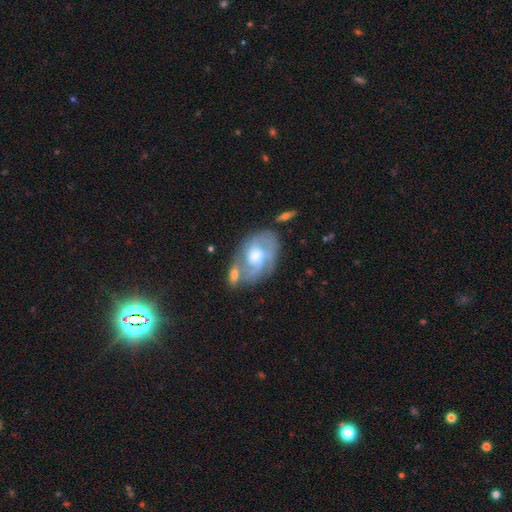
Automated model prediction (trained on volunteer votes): Smooth or featured: featured or disk — 78% (smooth — 16%)
Edge-on disk: no — 96% (yes — 4%)
Bar: no — 57% (weak — 37%)
Spiral arms: yes — 89% (no — 11%)
Spiral winding: medium — 45% (tight — 37%)
Spiral arm count: 2 — 36% (can't tell — 27%)
Bulge size: moderate — 64% (small — 19%)
Merging: none — 48% (merger — 21%)